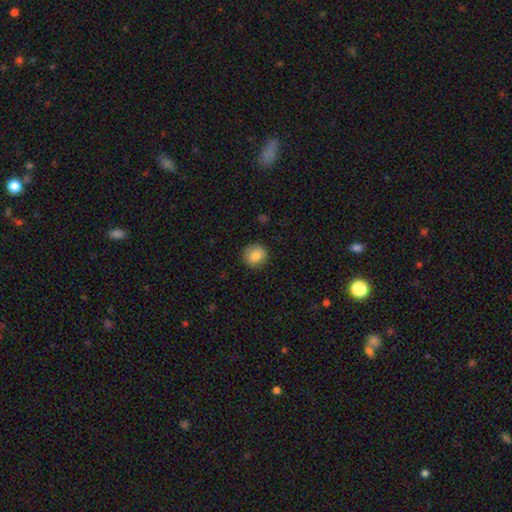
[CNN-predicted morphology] smooth 84%, star or artifact 9%, featured or disk 7%. Down the decision tree: how rounded — round (91%); merging — none (89%).